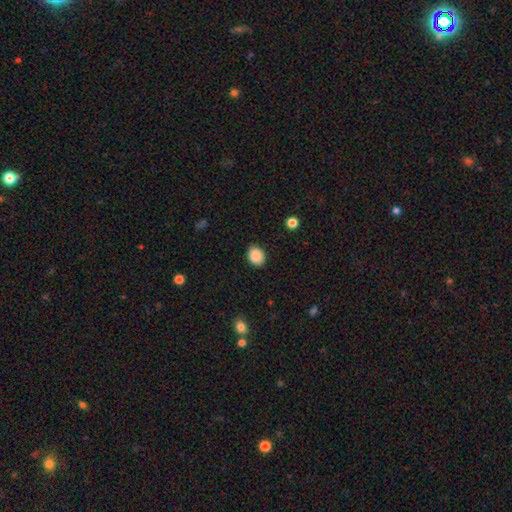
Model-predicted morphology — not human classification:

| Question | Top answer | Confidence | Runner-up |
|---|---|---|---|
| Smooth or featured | smooth | 89% | star or artifact (8%) |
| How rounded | in between | 53% | round (47%) |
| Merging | none | 89% | minor disturbance (8%) |